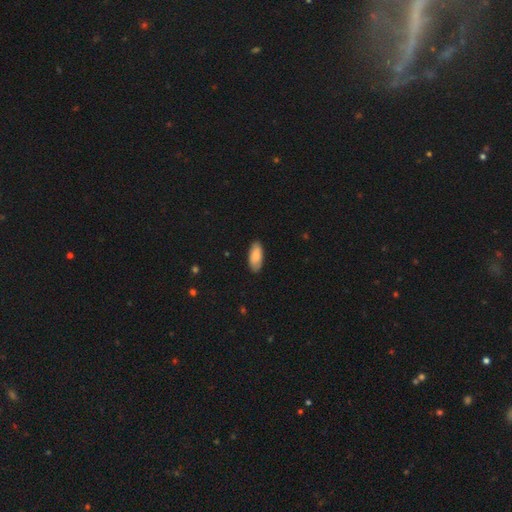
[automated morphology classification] smooth_or_featured: smooth (p=0.85) [alt: featured or disk p=0.09]
how_rounded: in between (p=0.86) [alt: cigar-shaped p=0.13]
merging: none (p=0.86) [alt: minor disturbance p=0.11]